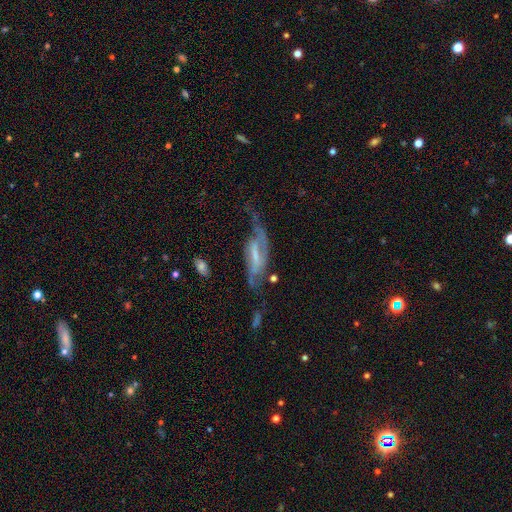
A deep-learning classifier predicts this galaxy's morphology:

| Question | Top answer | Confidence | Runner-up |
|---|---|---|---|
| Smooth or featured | featured or disk | 78% | smooth (14%) |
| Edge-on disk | no | 86% | yes (14%) |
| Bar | strong | 42% | weak (41%) |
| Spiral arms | yes | 85% | no (15%) |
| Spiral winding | medium | 42% | loose (38%) |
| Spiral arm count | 2 | 76% | can't tell (11%) |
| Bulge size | small | 46% | moderate (29%) |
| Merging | none | 44% | major disturbance (28%) |